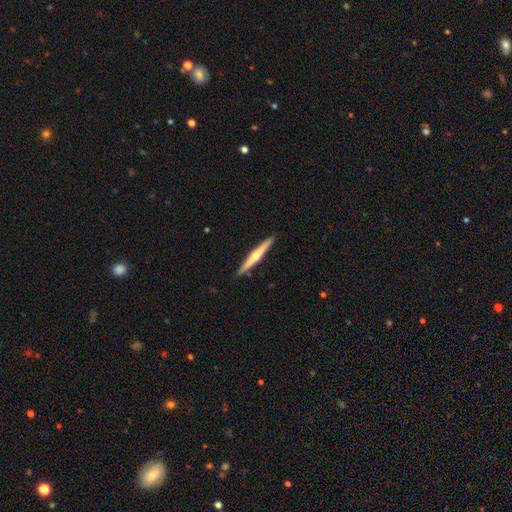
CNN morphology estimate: Smooth or featured? Predicted: featured or disk (p=0.61). Edge-on disk? Predicted: yes (p=0.98). Edge-on bulge? Predicted: rounded (p=0.83). Merging? Predicted: none (p=0.91).